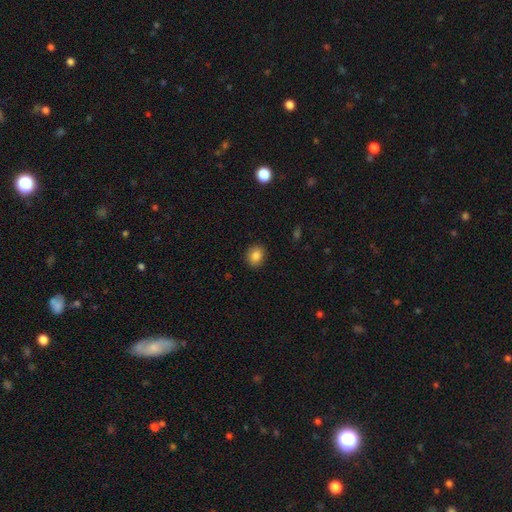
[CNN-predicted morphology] Smooth or featured?
  - smooth: 84% *
  - star or artifact: 10%
  - featured or disk: 6%
How rounded?
  - round: 66% *
  - in between: 33%
  - cigar-shaped: 1%
Merging?
  - none: 90% *
  - minor disturbance: 7%
  - major disturbance: 2%
  - merger: 1%